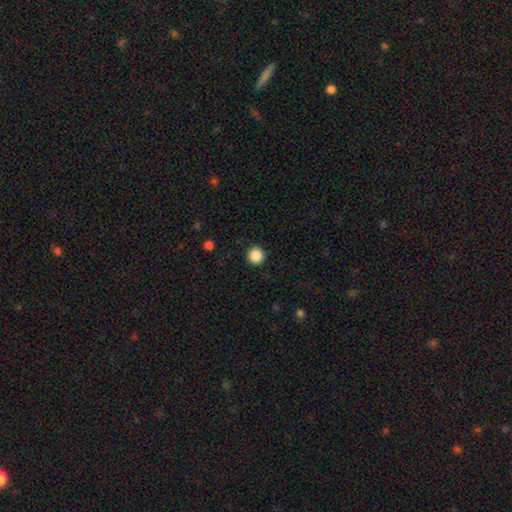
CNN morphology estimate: Q: Smooth or featured?
A: smooth (87%); runner-up: star or artifact (10%)
Q: How rounded?
A: round (95%); runner-up: in between (4%)
Q: Merging?
A: none (92%); runner-up: minor disturbance (5%)